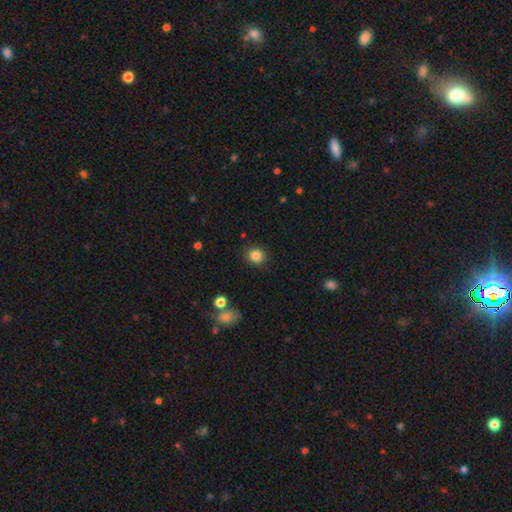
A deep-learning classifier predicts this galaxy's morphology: smooth 85%, star or artifact 11%, featured or disk 4%. Down the decision tree: how rounded — round (86%); merging — none (88%).